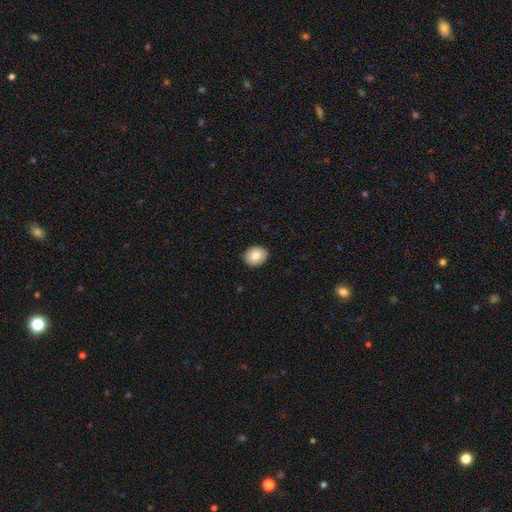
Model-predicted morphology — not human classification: A smooth galaxy with no disk features (81%) that is round (65%). Merging: none (91%).